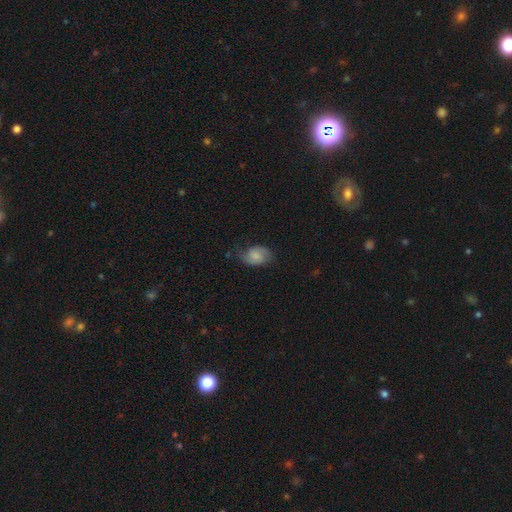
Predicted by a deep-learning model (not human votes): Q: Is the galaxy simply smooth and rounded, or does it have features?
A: smooth — 55%.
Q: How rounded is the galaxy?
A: in between — 78%.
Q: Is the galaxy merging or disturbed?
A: none — 63%.